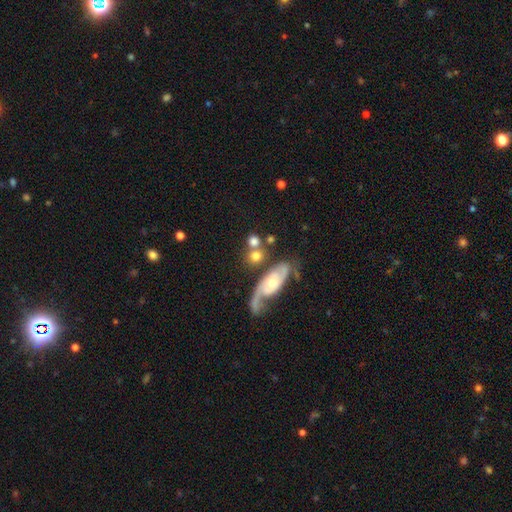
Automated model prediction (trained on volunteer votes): Q: Smooth or featured?
A: smooth (60%); runner-up: featured or disk (31%)
Q: How rounded?
A: round (71%); runner-up: in between (25%)
Q: Merging?
A: none (46%); runner-up: merger (34%)